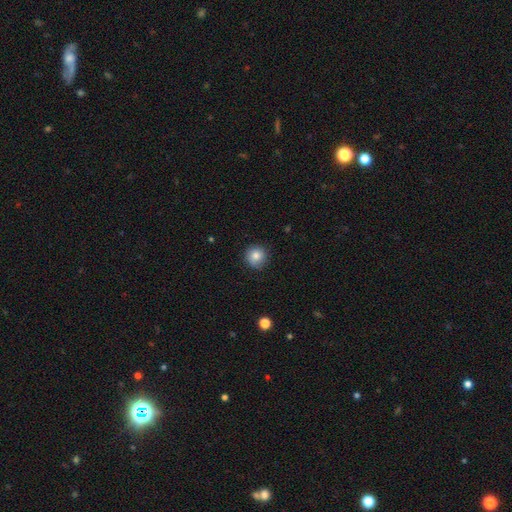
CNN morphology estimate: Q: Smooth or featured?
A: smooth (82%); runner-up: star or artifact (10%)
Q: How rounded?
A: round (93%); runner-up: in between (6%)
Q: Merging?
A: none (86%); runner-up: minor disturbance (11%)